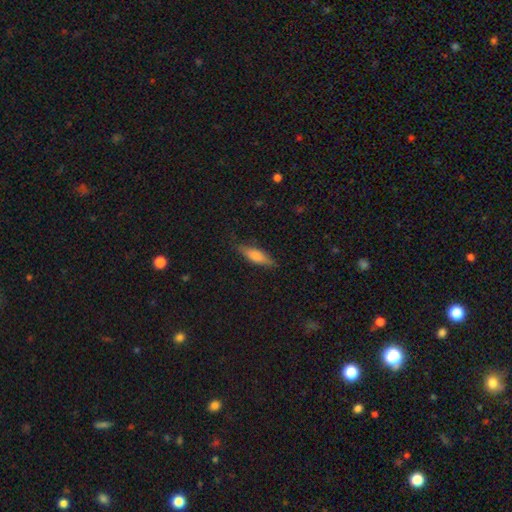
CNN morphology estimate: smooth 62%, featured or disk 31%, star or artifact 7%. Down the decision tree: how rounded — cigar-shaped (57%); merging — none (81%).